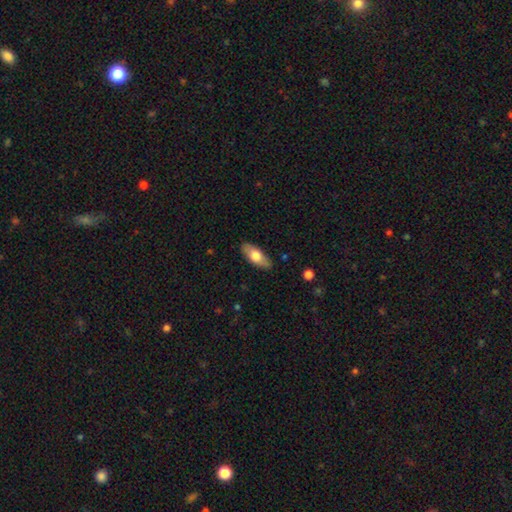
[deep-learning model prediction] Overall: smooth (67%). How rounded: in between (80%). Merging: none (85%).